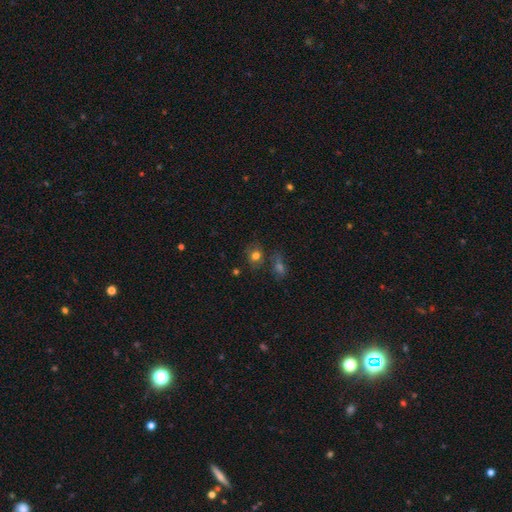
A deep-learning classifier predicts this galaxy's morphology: Overall: smooth (74%). How rounded: round (67%; in between 32%). Merging: none (67%).